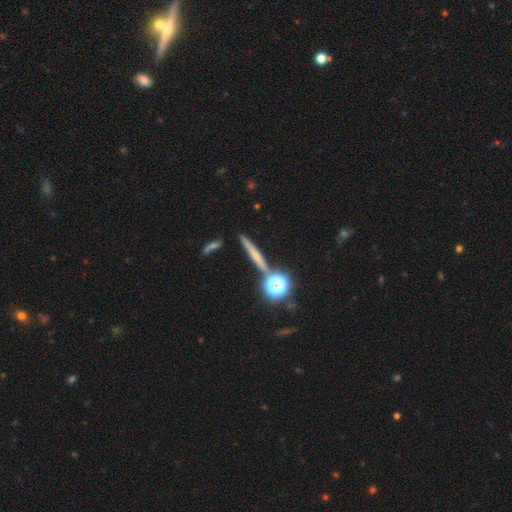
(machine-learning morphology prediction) Overall: smooth (47%; featured or disk 35%). Merging: none (84%).